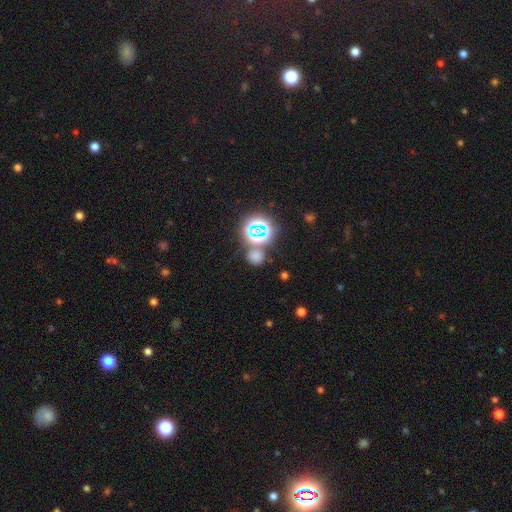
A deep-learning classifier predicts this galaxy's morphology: Smooth or featured?
  - smooth: 56% *
  - star or artifact: 37%
  - featured or disk: 7%
How rounded?
  - round: 81% *
  - in between: 17%
  - cigar-shaped: 1%
Merging?
  - none: 70% *
  - merger: 16%
  - minor disturbance: 10%
  - major disturbance: 5%